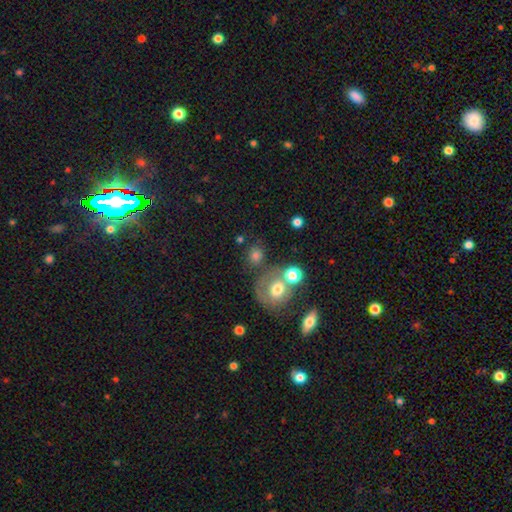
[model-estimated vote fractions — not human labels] smooth 70%, star or artifact 15%, featured or disk 15%. Down the decision tree: how rounded — round (77%); merging — none (56%).